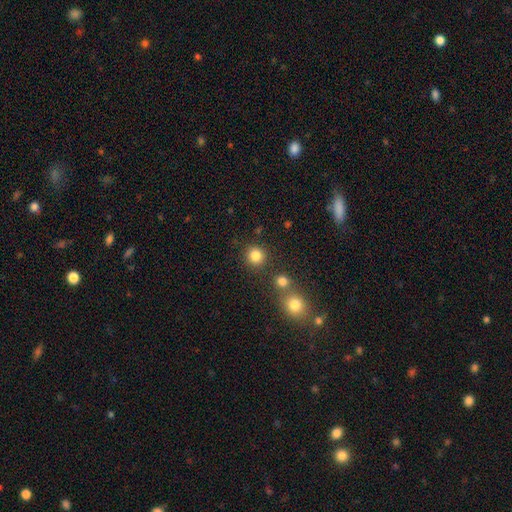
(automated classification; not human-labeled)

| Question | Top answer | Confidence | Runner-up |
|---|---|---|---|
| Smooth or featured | smooth | 83% | star or artifact (12%) |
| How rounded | round | 90% | in between (9%) |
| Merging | none | 82% | merger (8%) |